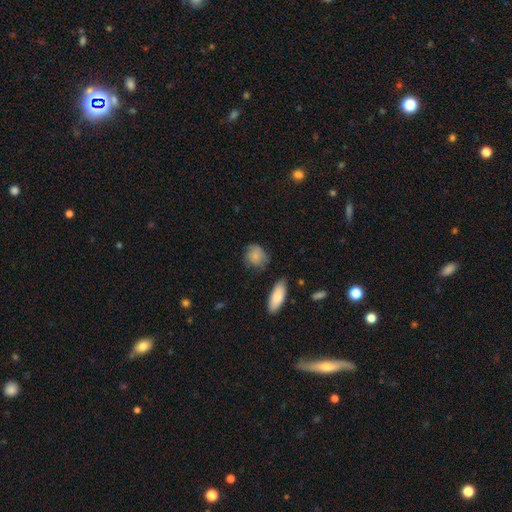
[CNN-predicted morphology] smooth_or_featured: smooth (p=0.80) [alt: featured or disk p=0.12]
how_rounded: round (p=0.64) [alt: in between p=0.34]
merging: none (p=0.63) [alt: minor disturbance p=0.27]